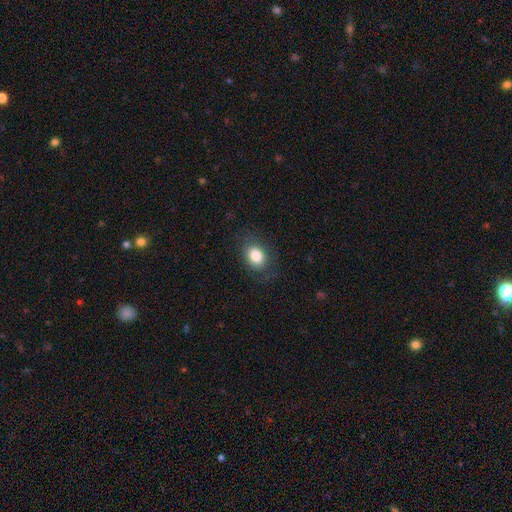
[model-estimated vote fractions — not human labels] smooth 82%, featured or disk 9%, star or artifact 8%. Down the decision tree: how rounded — in between (69%); merging — none (80%).